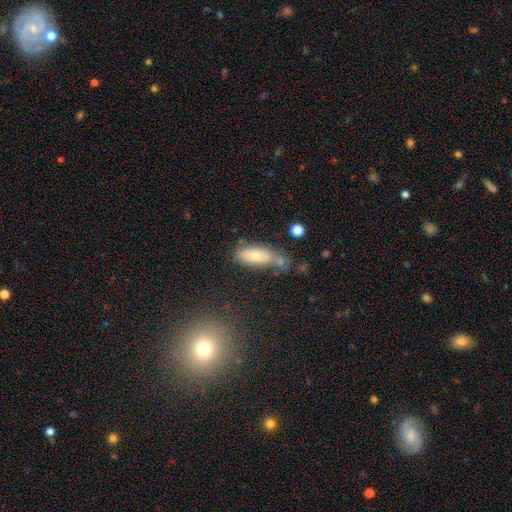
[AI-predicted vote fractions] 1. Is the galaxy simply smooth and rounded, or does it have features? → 73% smooth, 18% featured or disk, 9% star or artifact.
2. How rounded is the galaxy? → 77% in between, 20% cigar-shaped, 3% round.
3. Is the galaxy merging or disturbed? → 52% none, 21% merger, 20% minor disturbance, 7% major disturbance.